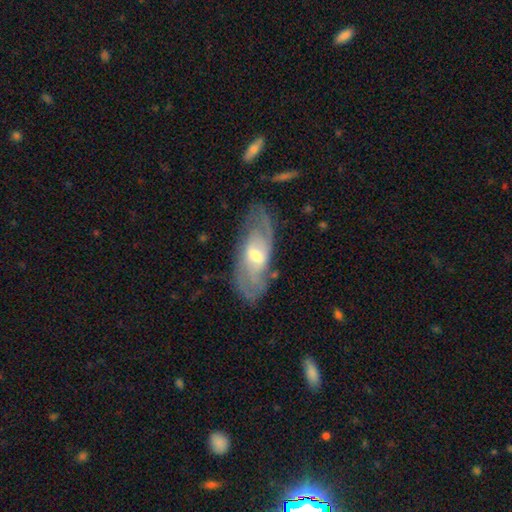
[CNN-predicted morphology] Smooth or featured?
  - featured or disk: 78% *
  - smooth: 17%
  - star or artifact: 6%
Edge-on disk?
  - no: 88% *
  - yes: 12%
Bar?
  - weak: 52% *
  - no: 31%
  - strong: 16%
Spiral arms?
  - yes: 89% *
  - no: 11%
Spiral winding?
  - medium: 43% *
  - tight: 40%
  - loose: 17%
Spiral arm count?
  - 2: 55% *
  - can't tell: 29%
  - 3: 8%
  - 1: 4%
  - 4: 3%
  - more than 4: 2%
Bulge size?
  - moderate: 64% *
  - small: 27%
  - large: 6%
  - none: 2%
  - dominant: 1%
Merging?
  - none: 73% *
  - minor disturbance: 18%
  - major disturbance: 7%
  - merger: 2%